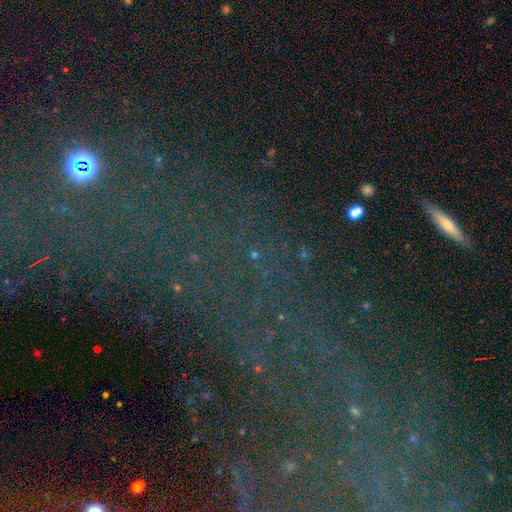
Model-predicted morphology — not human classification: Smooth or featured? Predicted: star or artifact (p=0.68).